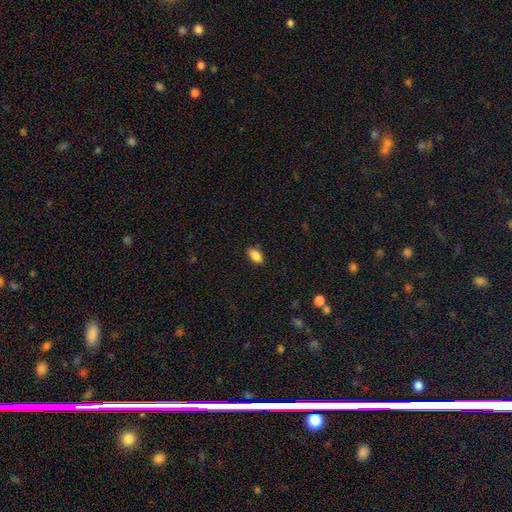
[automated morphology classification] smooth_or_featured: smooth (p=0.88) [alt: star or artifact p=0.08]
how_rounded: in between (p=0.90) [alt: round p=0.08]
merging: none (p=0.86) [alt: minor disturbance p=0.11]